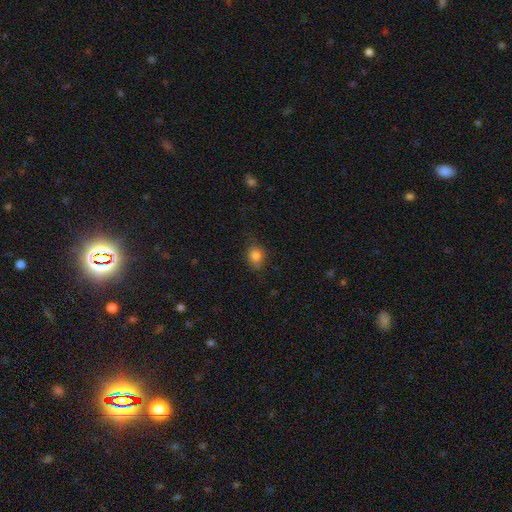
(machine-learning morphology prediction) Q: Smooth or featured?
A: smooth (82%); runner-up: star or artifact (11%)
Q: How rounded?
A: in between (51%); runner-up: round (47%)
Q: Merging?
A: none (76%); runner-up: minor disturbance (18%)